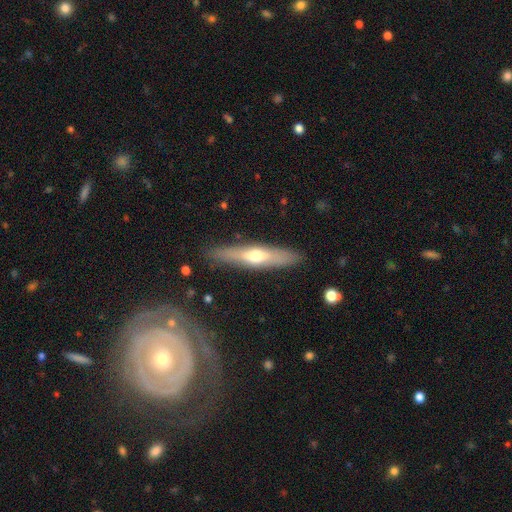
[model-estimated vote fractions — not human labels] smooth_or_featured: featured or disk (p=0.50) [alt: smooth p=0.44]
disk_edge_on: yes (p=0.86) [alt: no p=0.14]
merging: none (p=0.87) [alt: minor disturbance p=0.09]